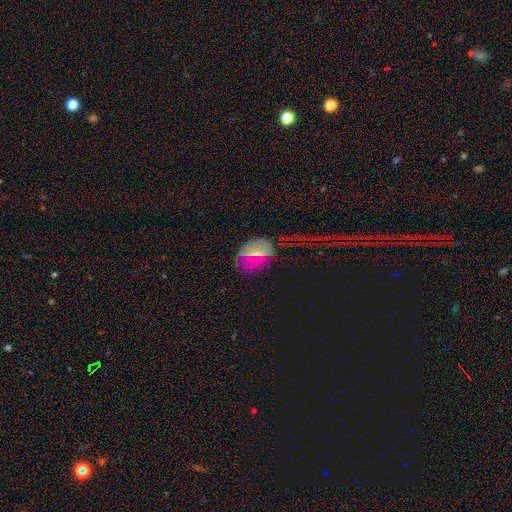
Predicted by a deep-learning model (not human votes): smooth_or_featured: smooth (p=0.43) [alt: featured or disk p=0.29]
merging: none (p=0.71) [alt: minor disturbance p=0.18]